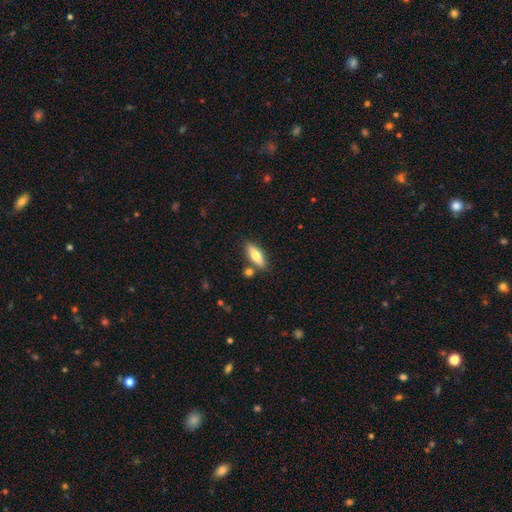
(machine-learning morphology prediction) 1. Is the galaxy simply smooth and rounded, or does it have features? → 66% smooth, 28% featured or disk, 6% star or artifact.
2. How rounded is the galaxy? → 59% in between, 39% cigar-shaped, 3% round.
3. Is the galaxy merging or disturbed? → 79% none, 10% minor disturbance, 8% merger, 2% major disturbance.